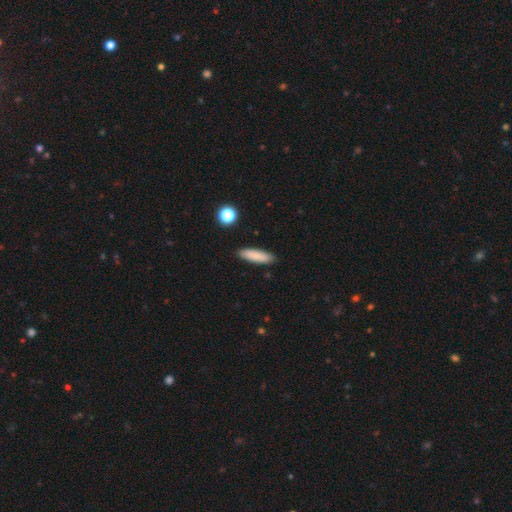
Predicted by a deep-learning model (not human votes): This appears to be a smooth galaxy with no disk features (83%) that is cigar-shaped (60%). Merging: none (89%).